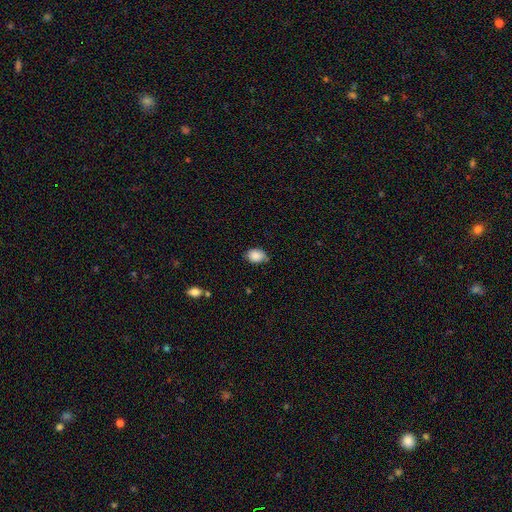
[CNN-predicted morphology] smooth-or-featured: smooth: 86% | star or artifact: 8% | featured or disk: 6%
  how-rounded: in between: 70% | round: 29% | cigar-shaped: 1%
  merging: none: 65% | minor disturbance: 28% | major disturbance: 4% | merger: 2%